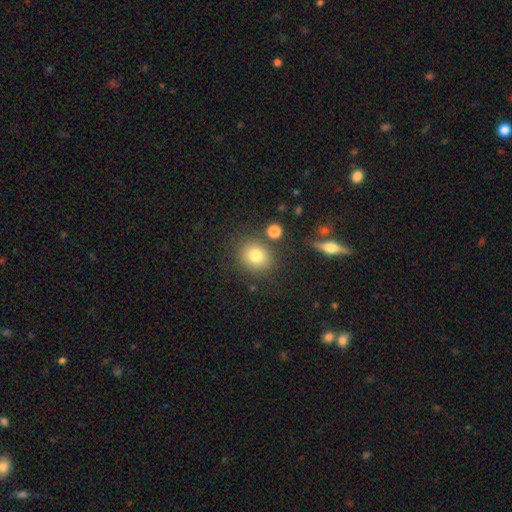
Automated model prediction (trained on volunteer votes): Smooth or featured? smooth (80%)
How rounded? round (74%)
Merging? none (80%)